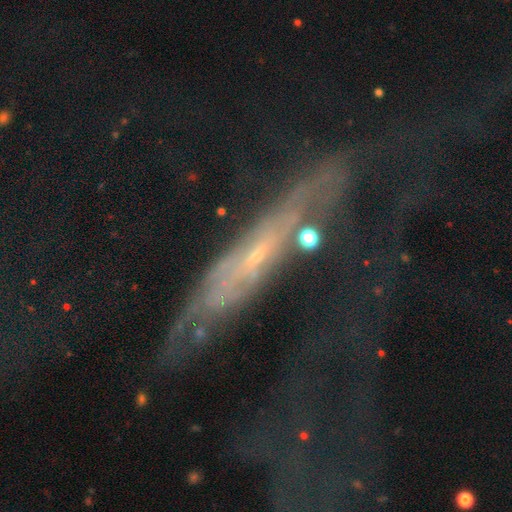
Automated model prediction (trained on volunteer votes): Q: Smooth or featured?
A: featured or disk (63%); runner-up: smooth (21%)
Q: Edge-on disk?
A: no (58%); runner-up: yes (42%)
Q: Merging?
A: major disturbance (39%); runner-up: none (35%)